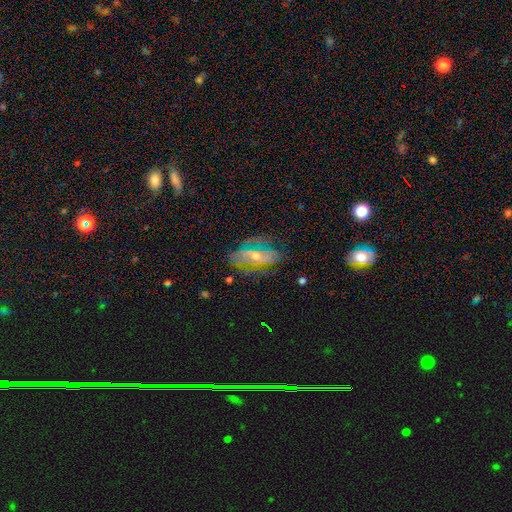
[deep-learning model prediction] Smooth or featured? Predicted: featured or disk (p=0.71). Edge-on disk? Predicted: no (p=0.87). Bar? Predicted: no (p=0.41). Spiral arms? Predicted: yes (p=0.73). Bulge size? Predicted: small (p=0.57). Merging? Predicted: none (p=0.61).